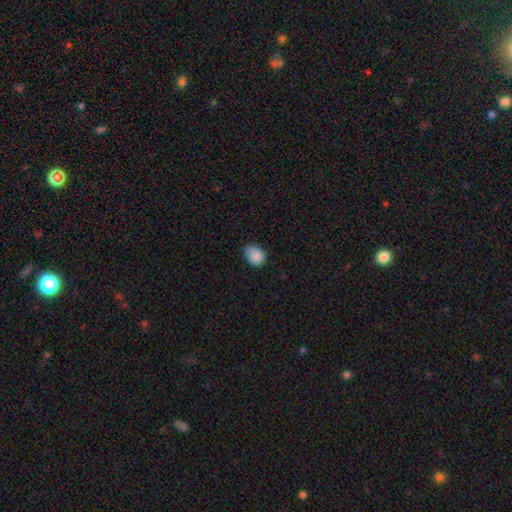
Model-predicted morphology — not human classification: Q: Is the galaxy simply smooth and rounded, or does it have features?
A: smooth — 86%.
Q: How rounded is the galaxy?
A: in between — 51%.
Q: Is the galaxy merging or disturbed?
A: none — 61%.